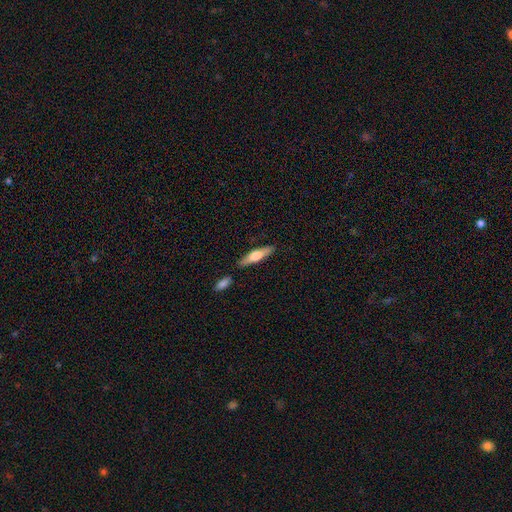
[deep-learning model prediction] The model was most divided on "smooth or featured": smooth: 51%, featured or disk: 44%, star or artifact: 6%. More confident: merging — none (81%); how rounded — cigar-shaped (75%).